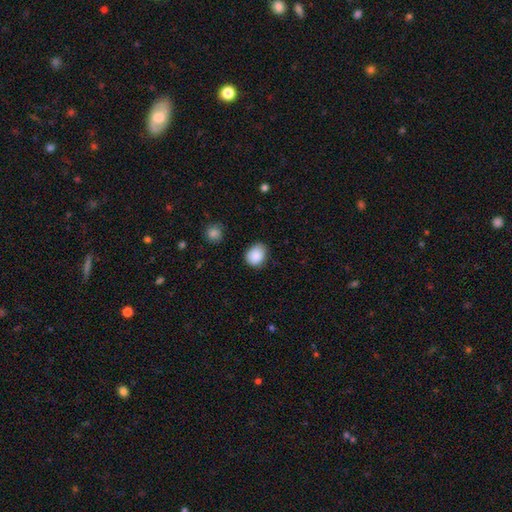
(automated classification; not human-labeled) Smooth or featured? smooth (88%)
How rounded? in between (52%)
Merging? none (75%)